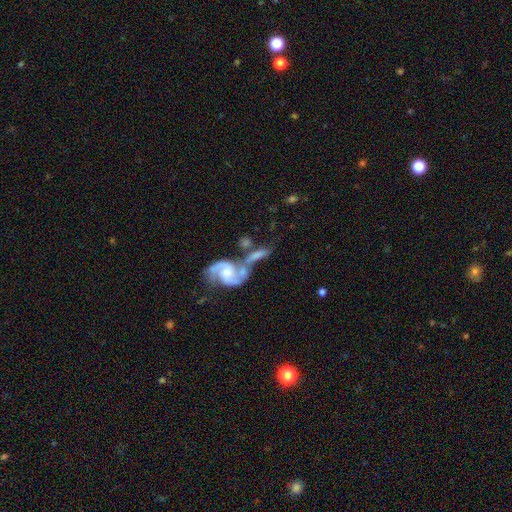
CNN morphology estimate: Smooth or featured? featured or disk (64%)
Edge-on disk? no (90%)
Bar? no (51%)
Spiral arms? yes (86%)
Bulge size? small (38%)
Merging? merger (59%)